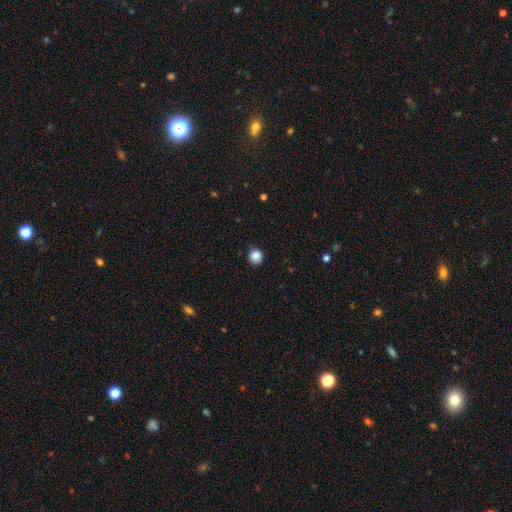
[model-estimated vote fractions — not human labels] This is clearly a smooth galaxy (86%). How rounded: clearly round (93%). Merging: clearly none (86%).